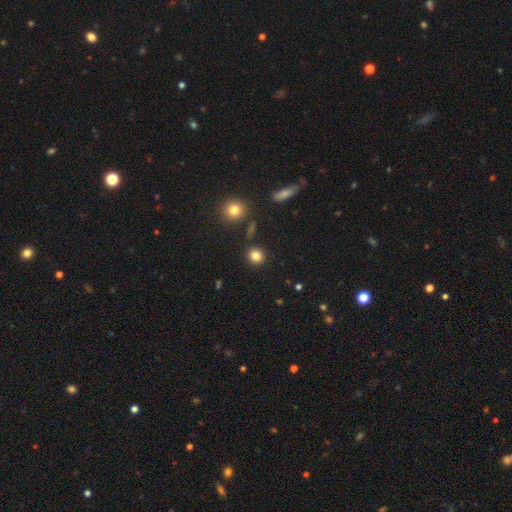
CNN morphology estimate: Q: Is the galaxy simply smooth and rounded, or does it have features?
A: smooth — 84%.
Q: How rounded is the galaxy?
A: round — 83%.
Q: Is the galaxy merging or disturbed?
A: none — 88%.